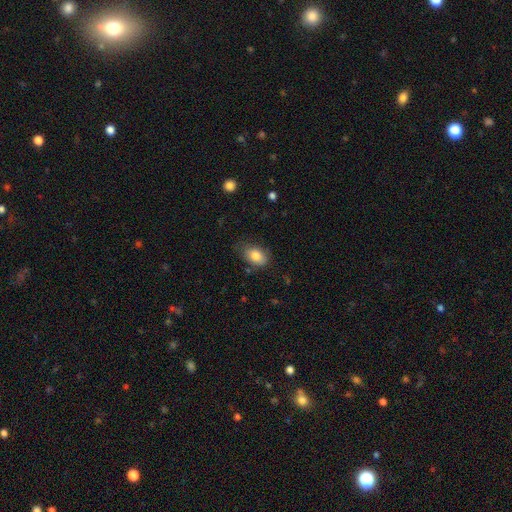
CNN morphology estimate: This appears to be a smooth galaxy with no disk features (83%) that is in between round and cigar-shaped (85%). Merging: none (70%).